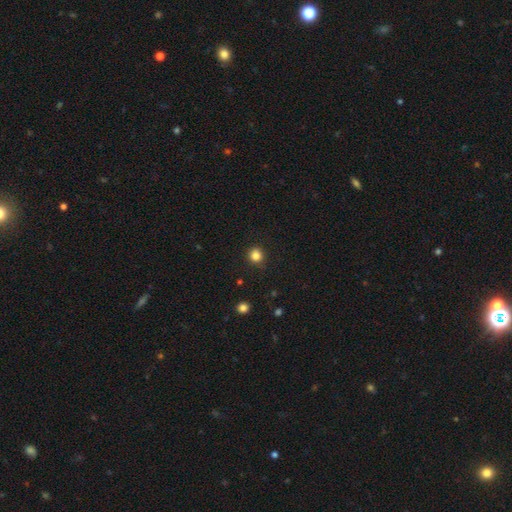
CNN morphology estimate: smooth_or_featured: smooth (p=0.83) [alt: star or artifact p=0.12]
how_rounded: round (p=0.89) [alt: in between p=0.10]
merging: none (p=0.90) [alt: minor disturbance p=0.07]